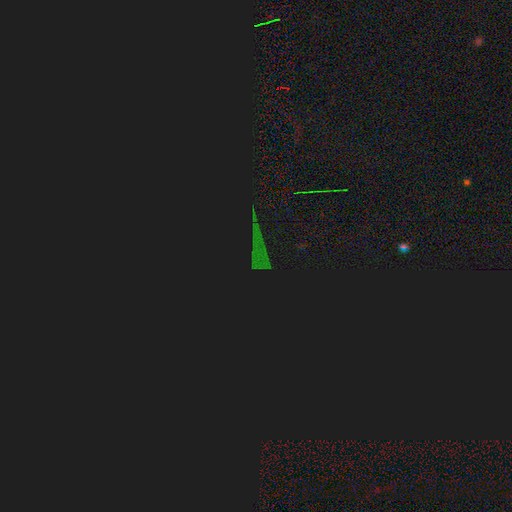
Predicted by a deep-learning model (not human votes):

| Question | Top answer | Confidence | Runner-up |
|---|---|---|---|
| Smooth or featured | star or artifact | 83% | smooth (10%) |